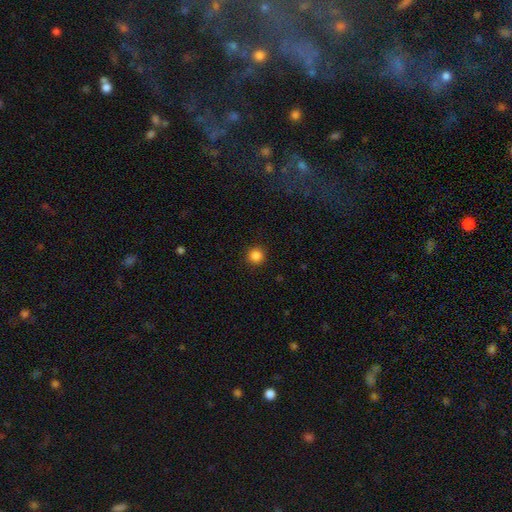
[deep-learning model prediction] This appears to be a smooth galaxy with no disk features (86%) that is round (95%). Merging: none (92%).